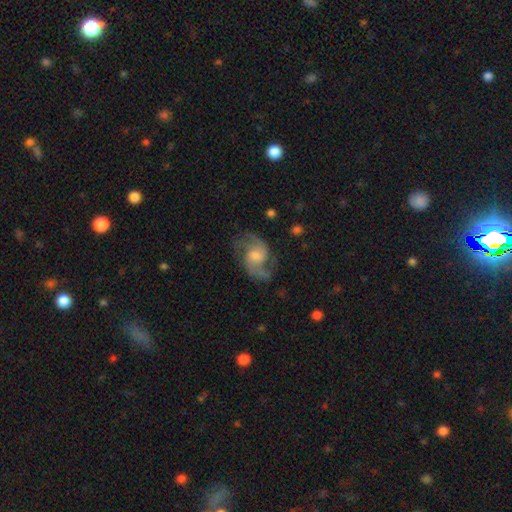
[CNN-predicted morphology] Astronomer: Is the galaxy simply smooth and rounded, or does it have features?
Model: featured or disk — 86%.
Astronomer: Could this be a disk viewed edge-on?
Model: no — 98%.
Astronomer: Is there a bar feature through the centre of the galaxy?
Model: no — 50% (runner-up: weak, 43%).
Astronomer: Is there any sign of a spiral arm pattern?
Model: yes — 96%.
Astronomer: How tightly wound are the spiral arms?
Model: medium — 52% (runner-up: loose, 32%).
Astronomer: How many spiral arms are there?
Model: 2 — 74%.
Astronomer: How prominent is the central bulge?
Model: moderate — 54%.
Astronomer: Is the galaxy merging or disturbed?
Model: none — 71%.